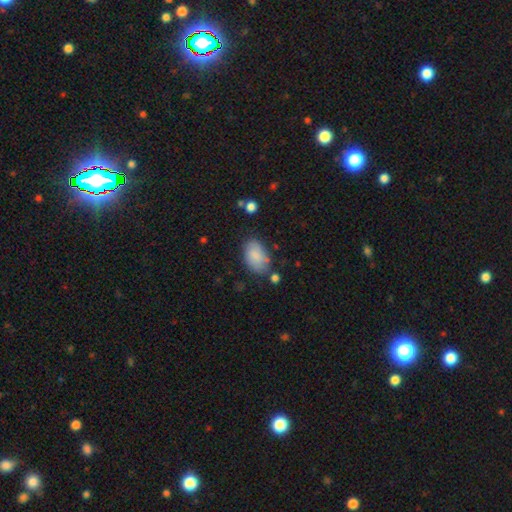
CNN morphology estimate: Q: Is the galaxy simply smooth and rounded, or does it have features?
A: smooth — 84%.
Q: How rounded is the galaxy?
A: in between — 92%.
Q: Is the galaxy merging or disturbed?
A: none — 67%.